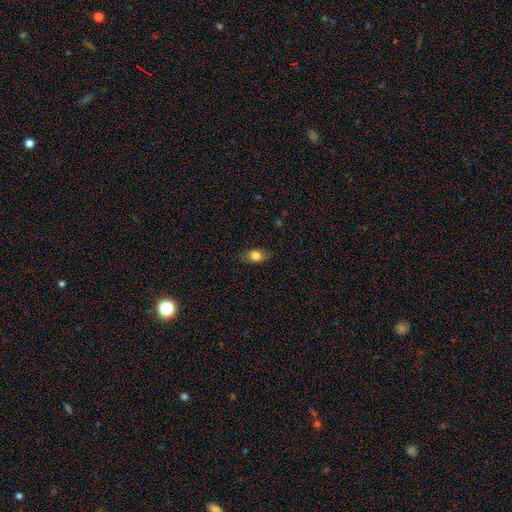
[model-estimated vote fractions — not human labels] A smooth galaxy with no disk features (81%) that is in between round and cigar-shaped (78%).

Vote fractions:
- Smooth or featured? smooth: 81% / featured or disk: 11% / star or artifact: 9%
- How rounded? in between: 78% / round: 19% / cigar-shaped: 3%
- Merging? none: 81% / minor disturbance: 15% / major disturbance: 3% / merger: 1%